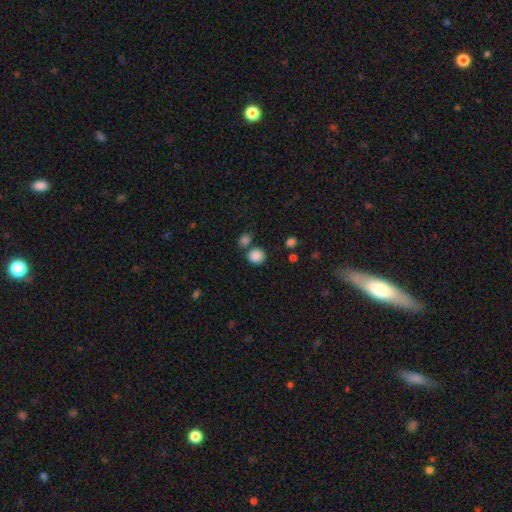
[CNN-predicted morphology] Q: Smooth or featured?
A: smooth (86%); runner-up: star or artifact (10%)
Q: How rounded?
A: round (85%); runner-up: in between (14%)
Q: Merging?
A: none (70%); runner-up: merger (17%)